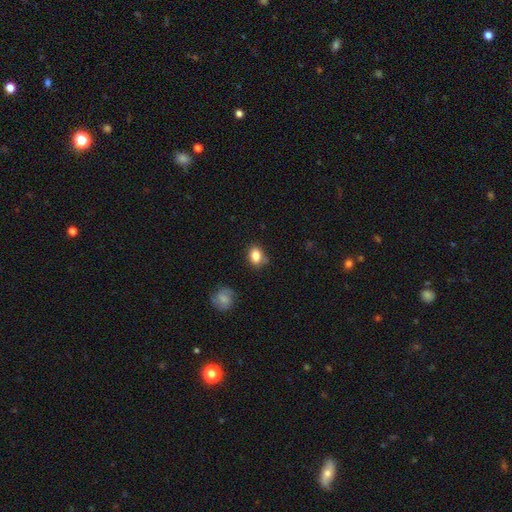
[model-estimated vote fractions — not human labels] smooth-or-featured: smooth: 83% | star or artifact: 9% | featured or disk: 8%
  how-rounded: in between: 64% | round: 35% | cigar-shaped: 1%
  merging: none: 69% | minor disturbance: 23% | major disturbance: 4% | merger: 4%